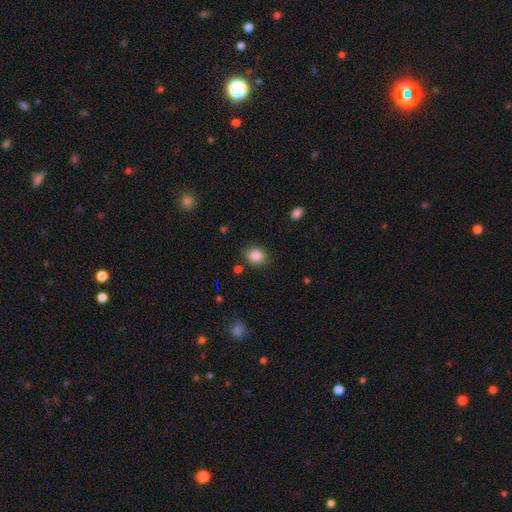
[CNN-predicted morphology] A smooth galaxy with no disk features (86%) that is round (61%).

Vote fractions:
- Smooth or featured? smooth: 86% / star or artifact: 9% / featured or disk: 5%
- How rounded? round: 61% / in between: 39% / cigar-shaped: 1%
- Merging? none: 84% / minor disturbance: 10% / major disturbance: 3% / merger: 2%